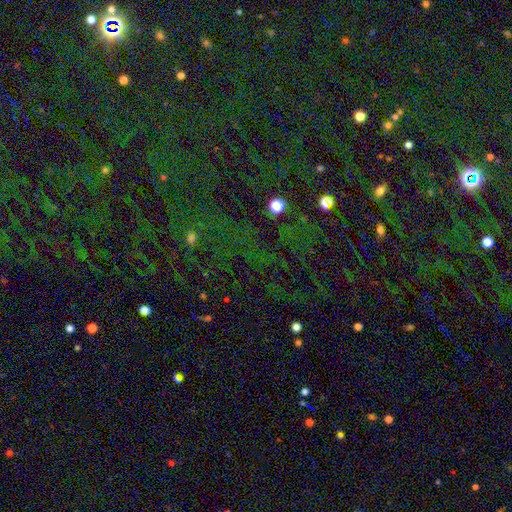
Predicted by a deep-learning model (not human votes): This appears to be a star or artifact, not a galaxy (75%).